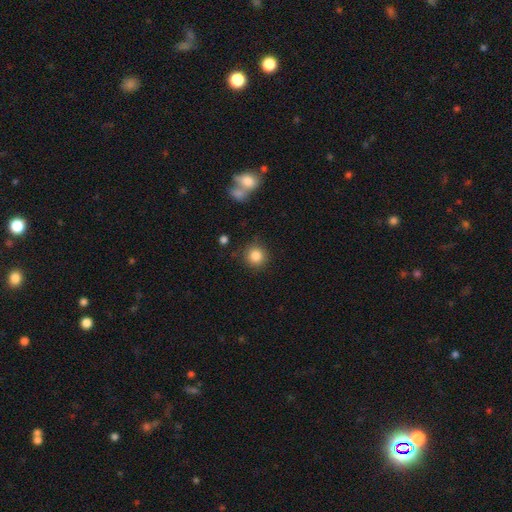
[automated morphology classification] This appears to be a smooth galaxy with no disk features (85%) that is round (93%). Merging: none (86%).